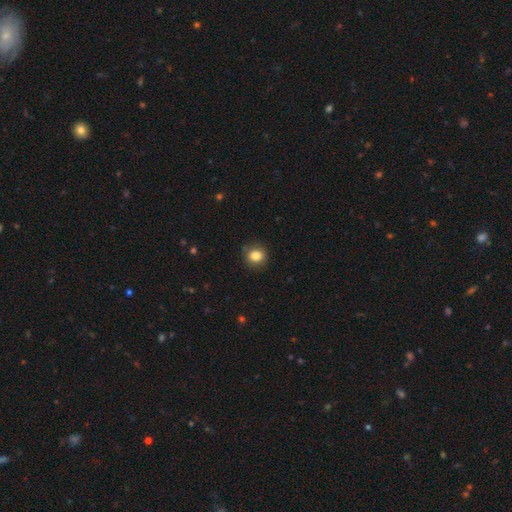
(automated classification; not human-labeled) This is clearly a smooth galaxy (84%). How rounded: likely round (79%). Merging: clearly none (84%).